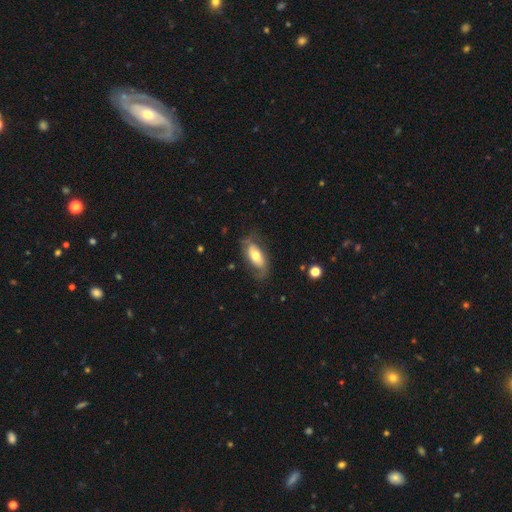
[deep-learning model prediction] The model was most divided on "smooth or featured": smooth: 47%, featured or disk: 46%, star or artifact: 7%. More confident: merging — none (63%).